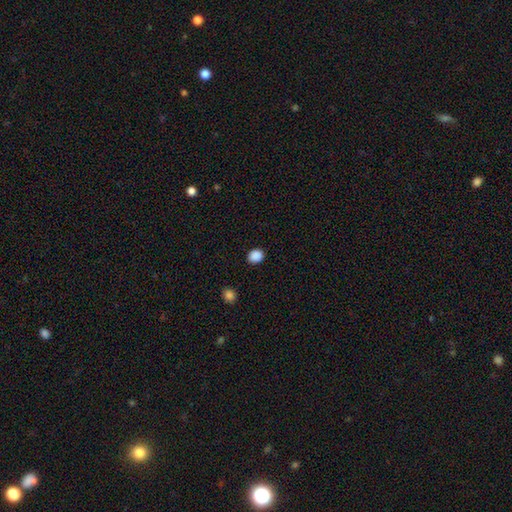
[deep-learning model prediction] Overall: smooth (88%). How rounded: round (65%; in between 34%). Merging: none (90%).